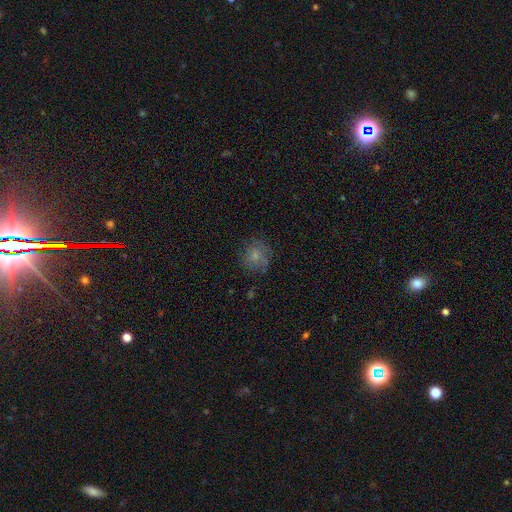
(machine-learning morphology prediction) smooth-or-featured: smooth: 69% | featured or disk: 20% | star or artifact: 11%
  how-rounded: round: 85% | in between: 14% | cigar-shaped: 1%
  merging: none: 69% | minor disturbance: 20% | major disturbance: 9% | merger: 2%